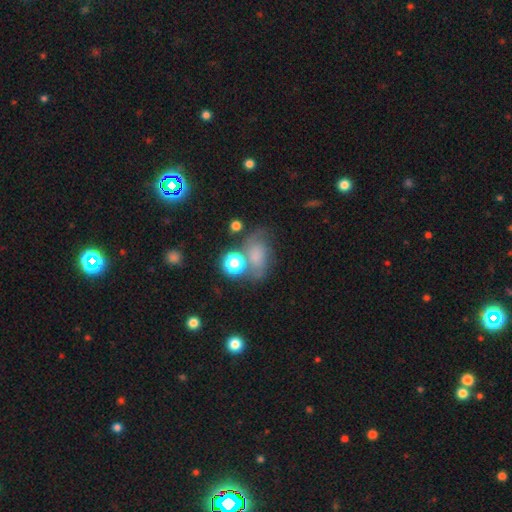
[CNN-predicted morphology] type=smooth (58%); roundness=in between (70%); merging=none (44%).